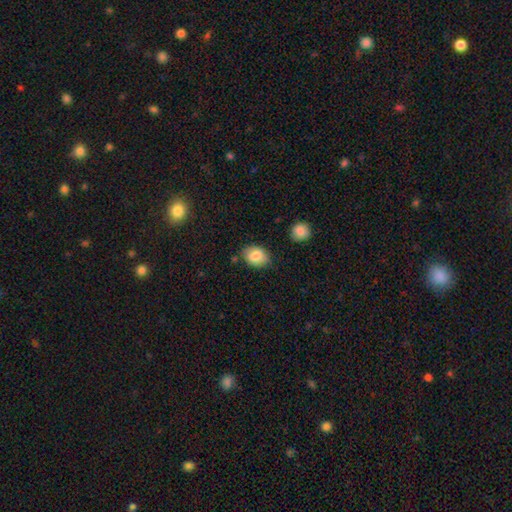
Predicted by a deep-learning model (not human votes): smooth 84%, featured or disk 9%, star or artifact 8%. Down the decision tree: how rounded — in between (70%); merging — none (79%).